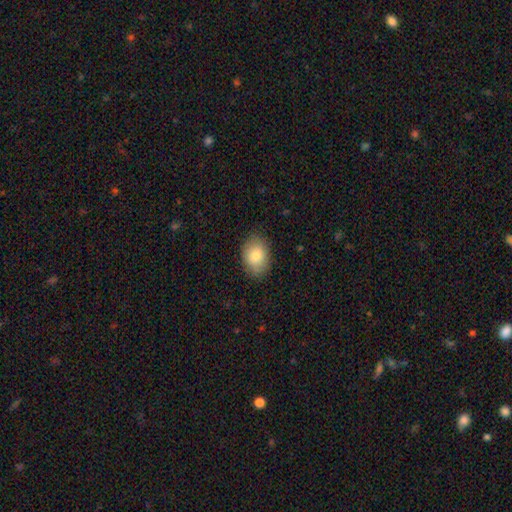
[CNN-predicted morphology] Smooth or featured? smooth (83%)
How rounded? in between (80%)
Merging? none (85%)